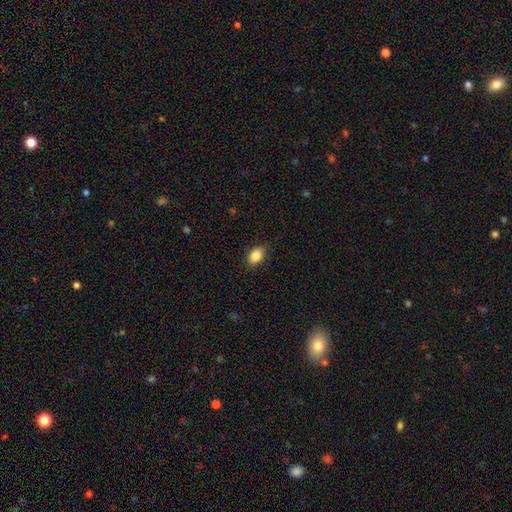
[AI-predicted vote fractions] Smooth or featured? Predicted: smooth (p=0.87). How rounded? Predicted: in between (p=0.82). Merging? Predicted: none (p=0.87).